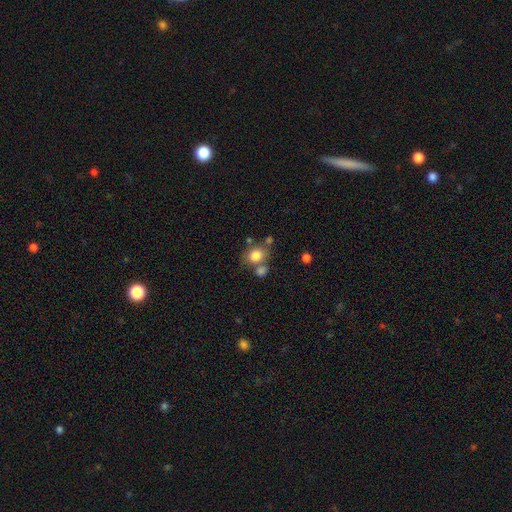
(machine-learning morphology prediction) This is clearly a smooth galaxy (80%). How rounded: possibly round (54%). Merging: possibly none (56%).